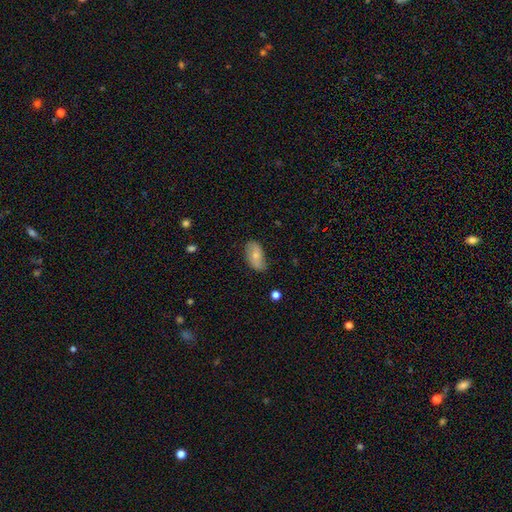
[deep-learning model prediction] smooth_or_featured: smooth (p=0.63) [alt: featured or disk p=0.30]
how_rounded: in between (p=0.93) [alt: round p=0.04]
merging: none (p=0.63) [alt: minor disturbance p=0.29]